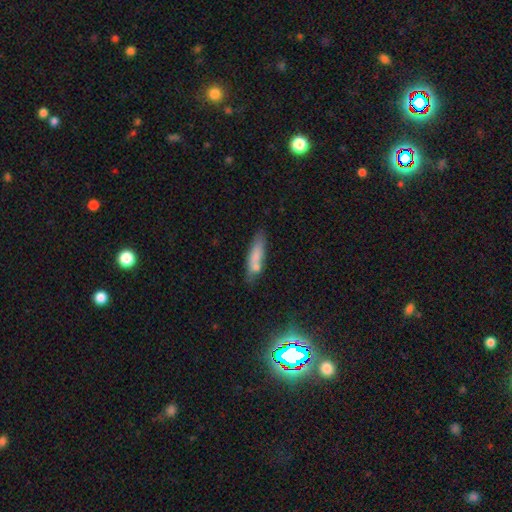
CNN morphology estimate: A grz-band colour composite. It shows a smooth galaxy with no disk features (75%) that is cigar-shaped (65%). Merging: none (64%).